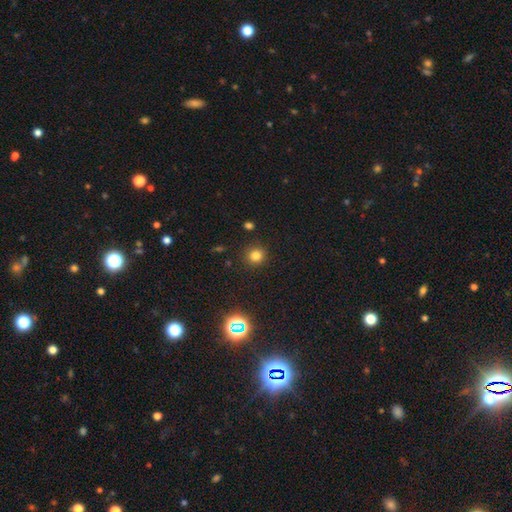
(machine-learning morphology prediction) Smooth or featured? smooth (78%)
How rounded? round (90%)
Merging? none (89%)